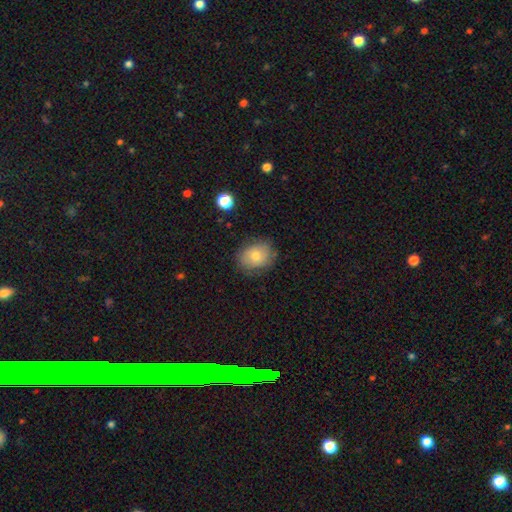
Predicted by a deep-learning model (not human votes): A smooth galaxy with no disk features (70%) that is round (53%).

Vote fractions:
- Smooth or featured? smooth: 70% / featured or disk: 20% / star or artifact: 9%
- How rounded? round: 53% / in between: 46% / cigar-shaped: 1%
- Merging? none: 78% / minor disturbance: 17% / major disturbance: 4% / merger: 1%